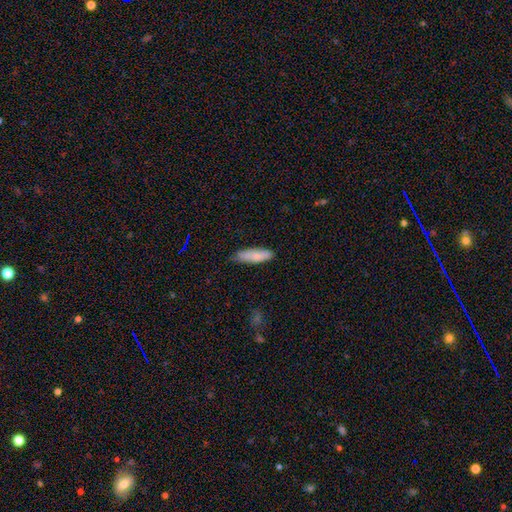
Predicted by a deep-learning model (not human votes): Smooth or featured? smooth (82%)
How rounded? cigar-shaped (55%)
Merging? none (75%)